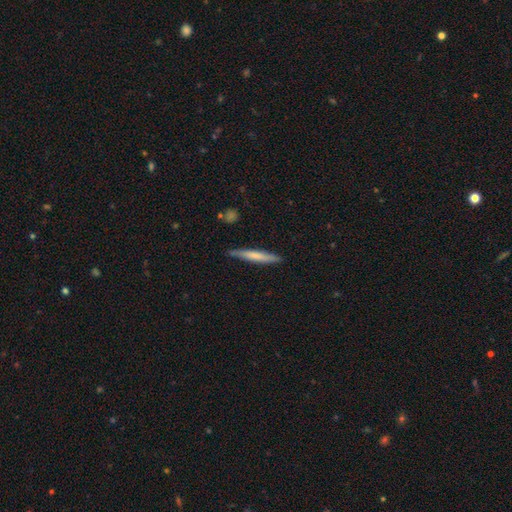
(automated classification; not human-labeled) smooth 66%, featured or disk 29%, star or artifact 5%. Down the decision tree: how rounded — cigar-shaped (95%); merging — none (85%).